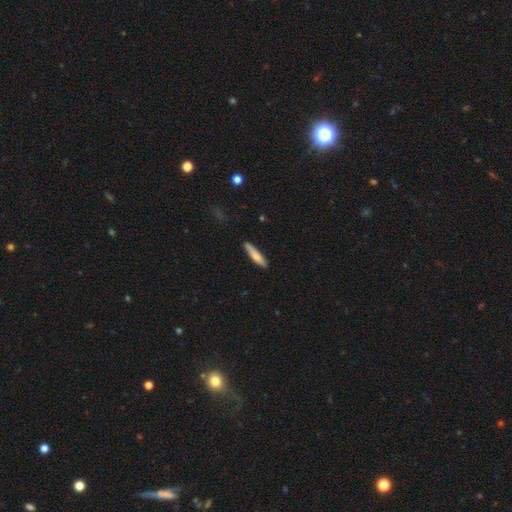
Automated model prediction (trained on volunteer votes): Q: Smooth or featured?
A: smooth (77%); runner-up: featured or disk (18%)
Q: How rounded?
A: cigar-shaped (87%); runner-up: in between (12%)
Q: Merging?
A: none (86%); runner-up: minor disturbance (11%)